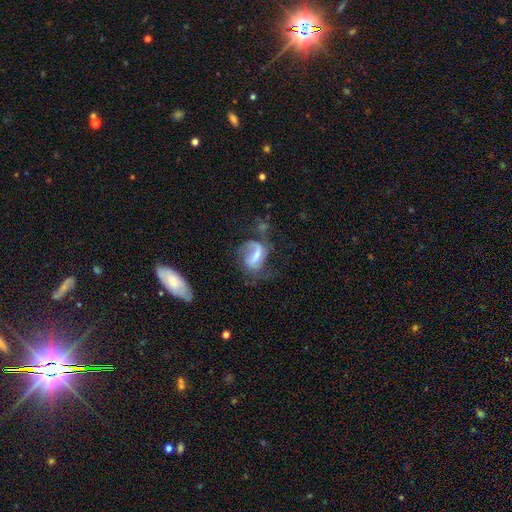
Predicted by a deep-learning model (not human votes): Smooth or featured?
  - featured or disk: 71% *
  - smooth: 20%
  - star or artifact: 9%
Edge-on disk?
  - no: 97% *
  - yes: 3%
Bar?
  - weak: 43% *
  - strong: 41%
  - no: 16%
Spiral arms?
  - yes: 83% *
  - no: 17%
Spiral winding?
  - loose: 43% *
  - medium: 40%
  - tight: 17%
Spiral arm count?
  - 2: 52% *
  - 1: 31%
  - can't tell: 11%
  - 3: 3%
  - 4: 1%
  - more than 4: 1%
Bulge size?
  - small: 37% *
  - moderate: 29%
  - none: 26%
  - large: 7%
  - dominant: 2%
Merging?
  - major disturbance: 36% * (tied)
  - none: 36% * (tied)
  - minor disturbance: 20%
  - merger: 8%